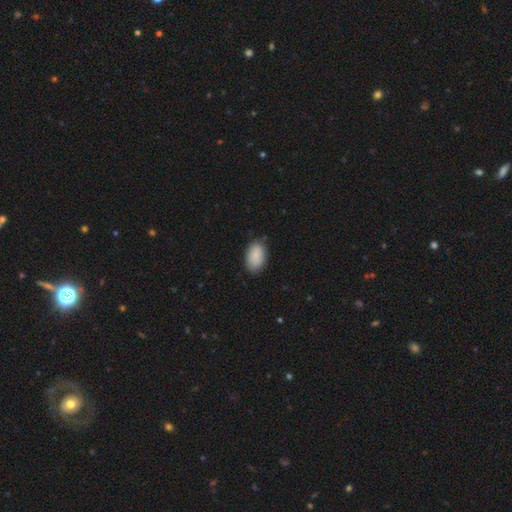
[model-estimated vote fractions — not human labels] This is clearly a smooth galaxy (90%). How rounded: clearly in between (93%). Merging: clearly none (83%).